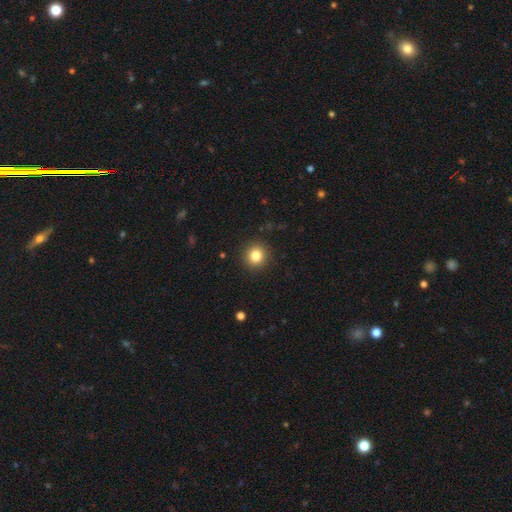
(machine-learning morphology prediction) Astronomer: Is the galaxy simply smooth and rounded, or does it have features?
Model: smooth — 82%.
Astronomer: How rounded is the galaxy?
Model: round — 93%.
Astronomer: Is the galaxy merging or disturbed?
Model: none — 92%.